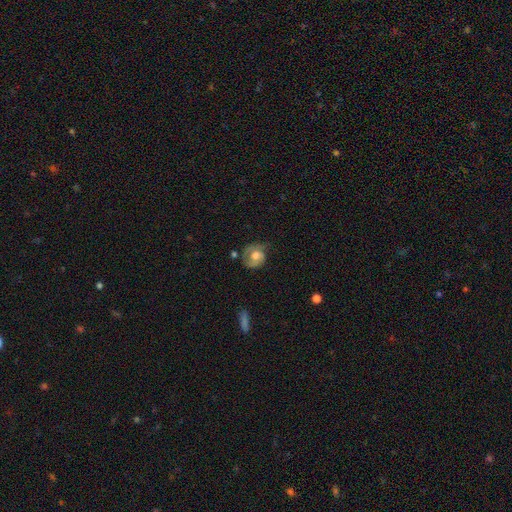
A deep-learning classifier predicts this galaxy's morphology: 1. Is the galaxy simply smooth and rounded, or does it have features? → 47% smooth, 45% featured or disk, 8% star or artifact.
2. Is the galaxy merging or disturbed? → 48% none, 30% minor disturbance, 18% major disturbance, 3% merger.